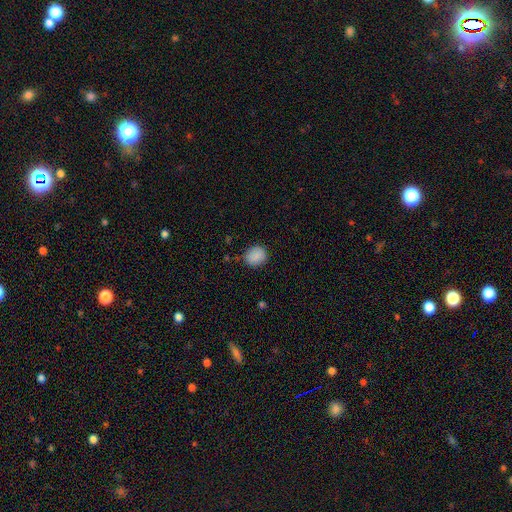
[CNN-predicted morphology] smooth 88%, star or artifact 8%, featured or disk 4%. Down the decision tree: how rounded — round (69%); merging — none (82%).